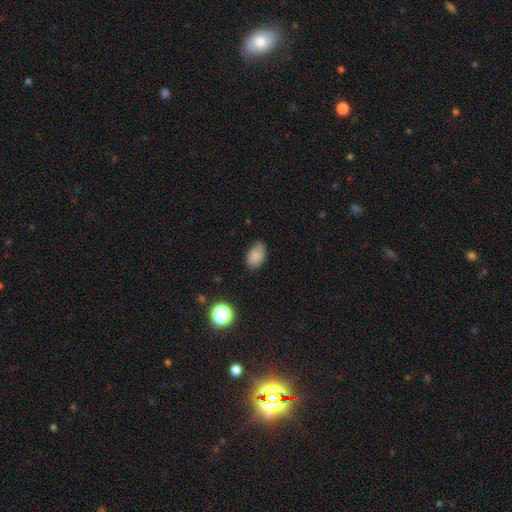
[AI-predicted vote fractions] Smooth or featured? smooth (83%)
How rounded? in between (87%)
Merging? none (73%)